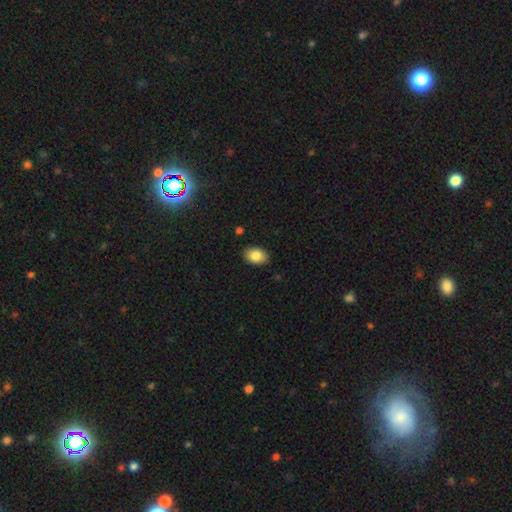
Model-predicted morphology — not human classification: smooth_or_featured: smooth (p=0.85) [alt: star or artifact p=0.08]
how_rounded: in between (p=0.81) [alt: round p=0.18]
merging: none (p=0.88) [alt: minor disturbance p=0.09]